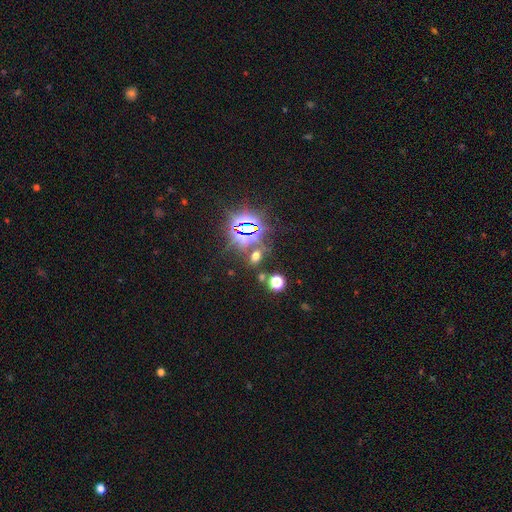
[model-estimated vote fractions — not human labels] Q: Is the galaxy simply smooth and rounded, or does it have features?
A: star or artifact — 53%.